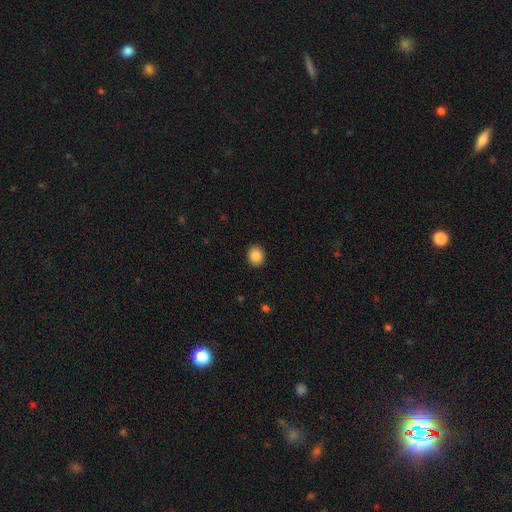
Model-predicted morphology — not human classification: This appears to be a smooth galaxy with no disk features (87%) that is round (68%). Merging: none (91%).